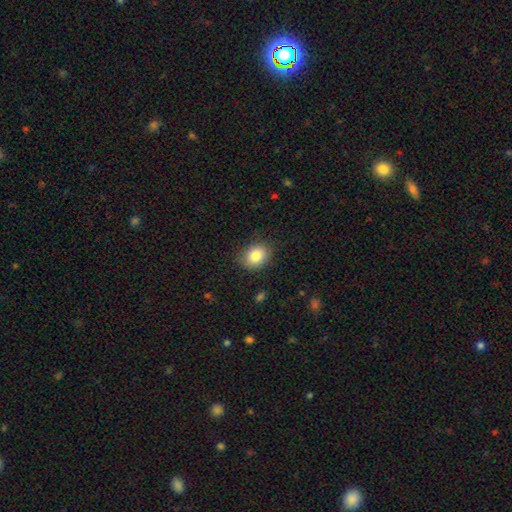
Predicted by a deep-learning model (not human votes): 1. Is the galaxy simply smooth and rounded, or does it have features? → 84% smooth, 9% star or artifact, 7% featured or disk.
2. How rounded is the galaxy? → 52% in between, 47% round, 1% cigar-shaped.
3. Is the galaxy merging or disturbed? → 84% none, 12% minor disturbance, 3% major disturbance, 1% merger.